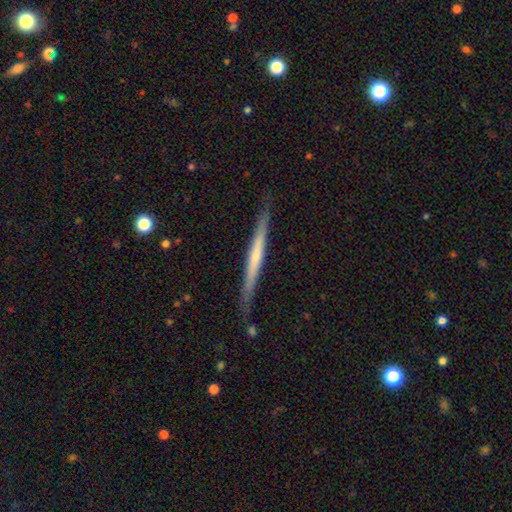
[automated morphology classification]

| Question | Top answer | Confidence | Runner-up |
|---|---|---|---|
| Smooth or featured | featured or disk | 55% | smooth (39%) |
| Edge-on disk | yes | 97% | no (3%) |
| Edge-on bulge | none | 69% | rounded (24%) |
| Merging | none | 85% | minor disturbance (11%) |